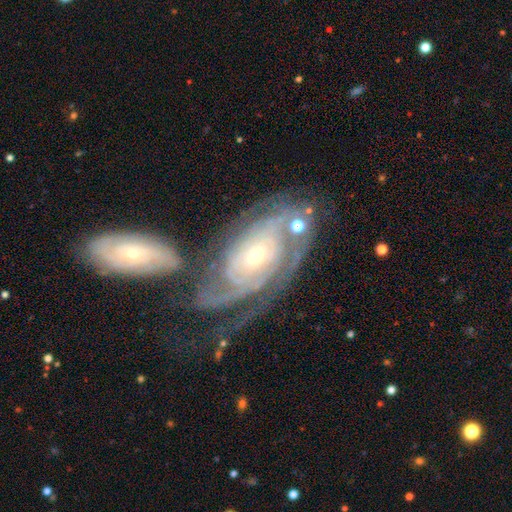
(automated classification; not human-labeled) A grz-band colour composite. It shows a featured or disk galaxy (86%) with no bar (72%), tight (70%) spiral arms (95%) and a small central bulge (63%). Merging: none (38%).